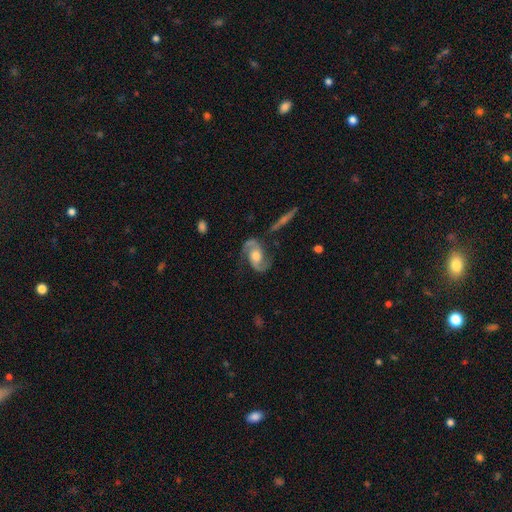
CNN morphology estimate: Smooth or featured?
  - featured or disk: 87% *
  - smooth: 8%
  - star or artifact: 5%
Edge-on disk?
  - no: 96% *
  - yes: 4%
Bar?
  - no: 56% *
  - weak: 32%
  - strong: 11%
Spiral arms?
  - yes: 96% *
  - no: 4%
Spiral winding?
  - medium: 52% *
  - loose: 32%
  - tight: 16%
Spiral arm count?
  - 2: 93% *
  - can't tell: 3%
  - 1: 2%
  - 3: 1%
  - 4: 1%
  - more than 4: 1%
Bulge size?
  - moderate: 61% *
  - large: 23%
  - small: 11%
  - none: 3%
  - dominant: 2%
Merging?
  - none: 73% *
  - minor disturbance: 16%
  - major disturbance: 8%
  - merger: 3%